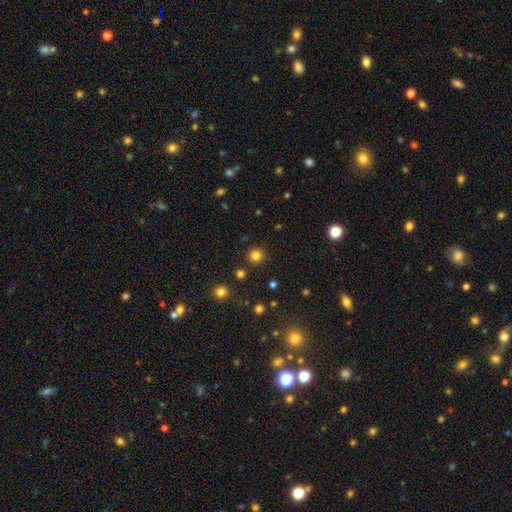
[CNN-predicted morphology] The model was most divided on "smooth or featured": smooth: 81%, star or artifact: 14%, featured or disk: 4%. More confident: how rounded — round (94%); merging — none (90%).